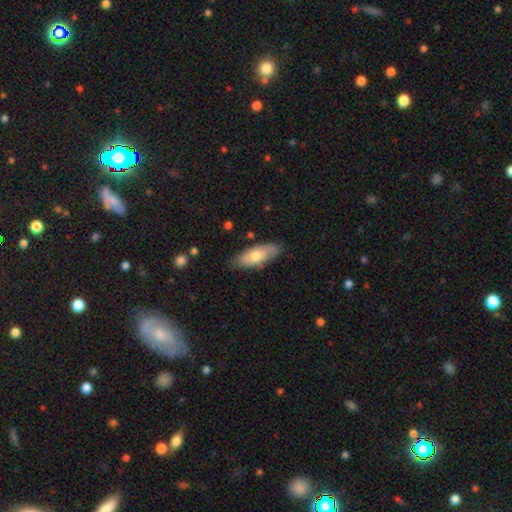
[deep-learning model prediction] smooth_or_featured: smooth (p=0.61) [alt: featured or disk p=0.33]
how_rounded: in between (p=0.83) [alt: cigar-shaped p=0.15]
merging: none (p=0.73) [alt: minor disturbance p=0.22]